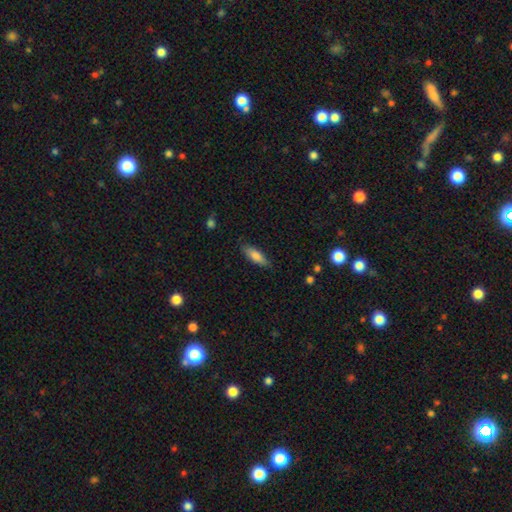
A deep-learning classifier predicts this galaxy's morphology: This is clearly a smooth galaxy (81%). How rounded: possibly in between (58%). Merging: clearly none (82%).